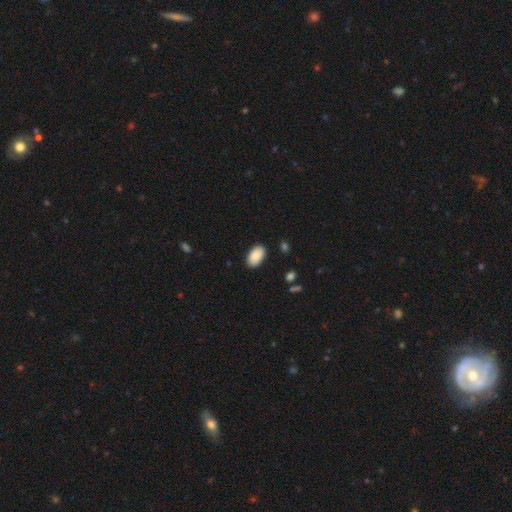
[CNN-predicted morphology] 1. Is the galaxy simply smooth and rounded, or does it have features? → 89% smooth, 6% star or artifact, 5% featured or disk.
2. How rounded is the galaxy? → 95% in between, 4% round, 1% cigar-shaped.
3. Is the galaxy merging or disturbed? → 88% none, 9% minor disturbance, 2% major disturbance, 1% merger.